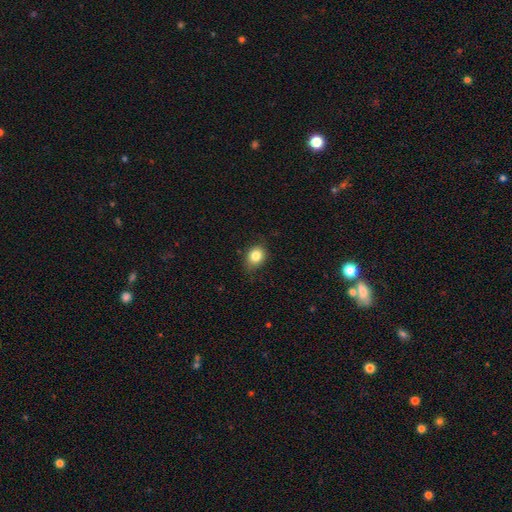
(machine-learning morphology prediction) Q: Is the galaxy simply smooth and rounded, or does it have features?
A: smooth — 83%.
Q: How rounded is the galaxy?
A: round — 54%.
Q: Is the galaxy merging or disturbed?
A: none — 76%.